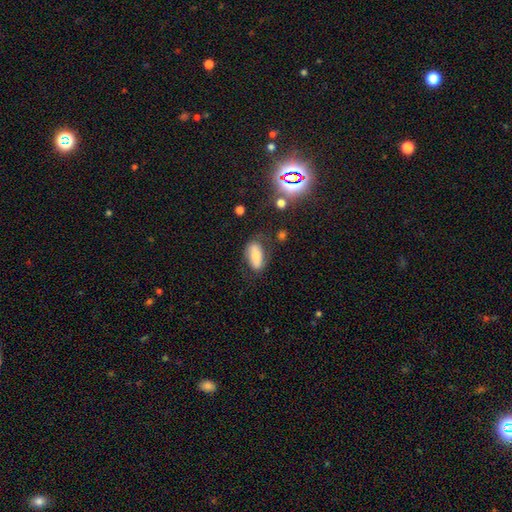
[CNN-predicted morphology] The model was most divided on "smooth or featured": smooth: 66%, featured or disk: 24%, star or artifact: 10%. More confident: how rounded — in between (87%); merging — none (68%).